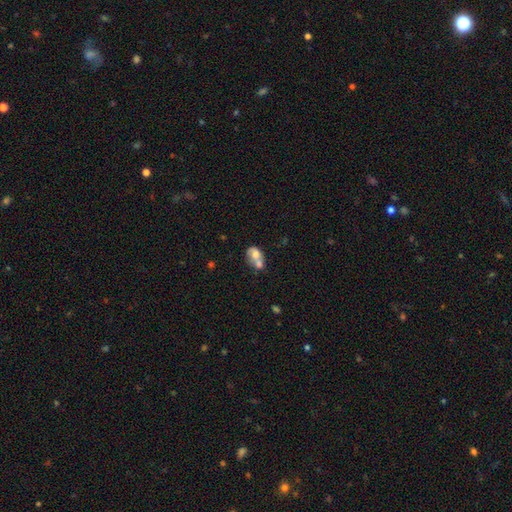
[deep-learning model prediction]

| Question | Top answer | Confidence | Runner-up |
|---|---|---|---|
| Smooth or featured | smooth | 60% | featured or disk (31%) |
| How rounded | in between | 62% | round (36%) |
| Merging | merger | 64% | none (19%) |